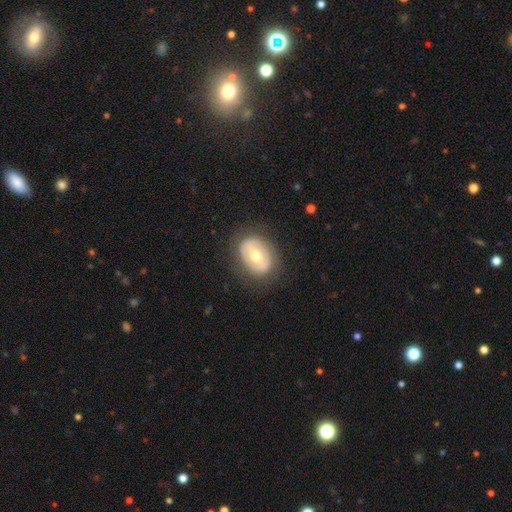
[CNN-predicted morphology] This appears to be a featured or disk galaxy (58%) with a weak bar (36%), no spiral arms (77%) and a moderate central bulge (75%). Merging: none (80%).